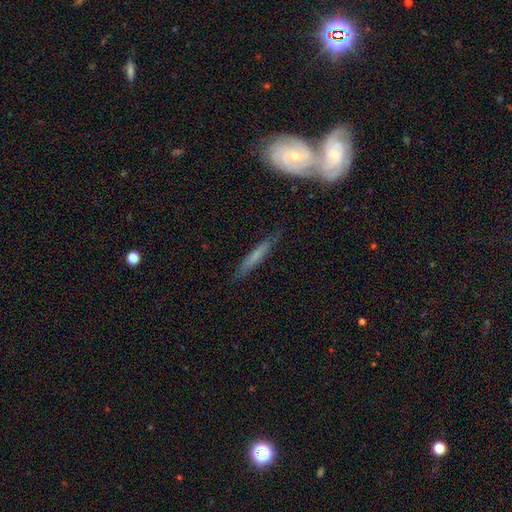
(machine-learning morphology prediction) A smooth galaxy with no disk features (47%).

Vote fractions:
- Smooth or featured? smooth: 47% / featured or disk: 45% / star or artifact: 7%
- Merging? none: 77% / minor disturbance: 14% / merger: 5% / major disturbance: 4%